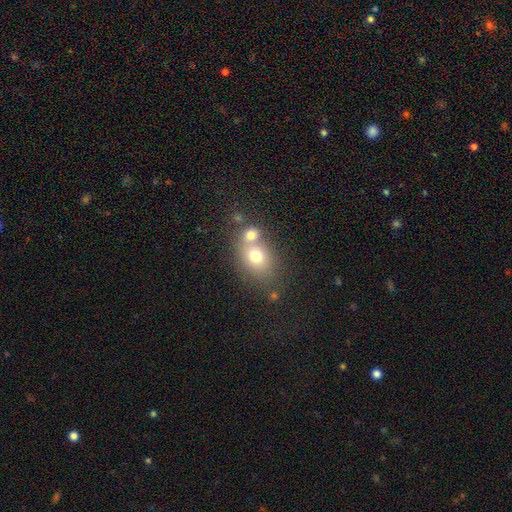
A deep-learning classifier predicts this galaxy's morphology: smooth 71%, featured or disk 17%, star or artifact 12%. Down the decision tree: how rounded — round (50%); merging — merger (48%).